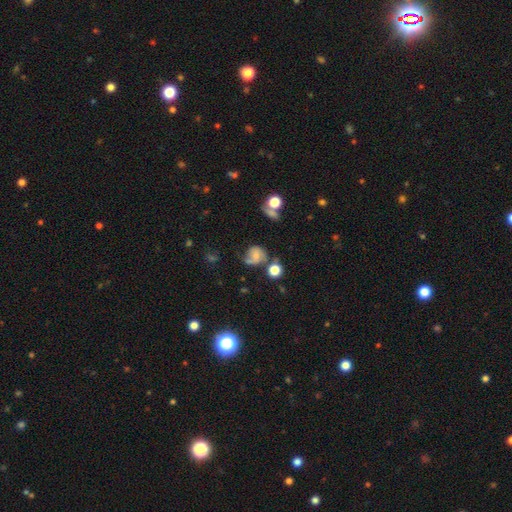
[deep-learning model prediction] A featured or disk galaxy (51%).

Vote fractions:
- Smooth or featured? featured or disk: 51% / smooth: 37% / star or artifact: 12%
- Edge-on disk? no: 97% / yes: 3%
- Merging? none: 46% / minor disturbance: 26% / major disturbance: 18% / merger: 10%